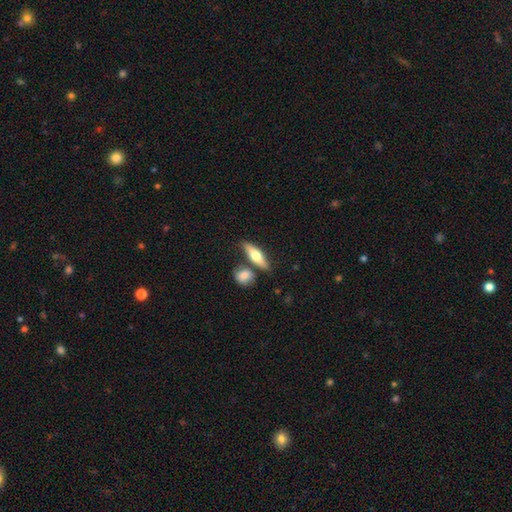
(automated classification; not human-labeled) Smooth or featured? smooth (55%)
How rounded? cigar-shaped (51%)
Merging? none (67%)